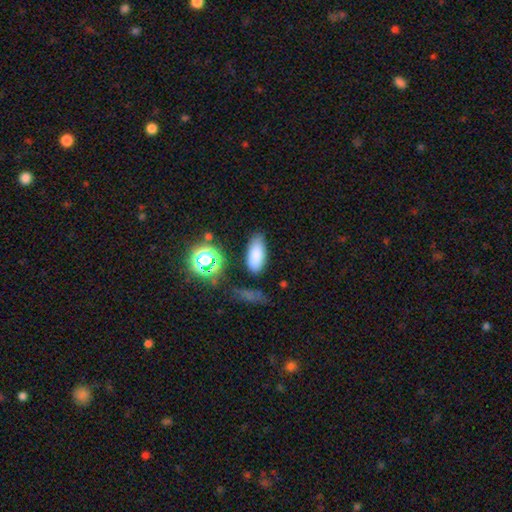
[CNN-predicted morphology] The model was most divided on "merging": none: 78%, minor disturbance: 14%, major disturbance: 4%, merger: 4%. More confident: how rounded — in between (86%); smooth or featured — smooth (80%).